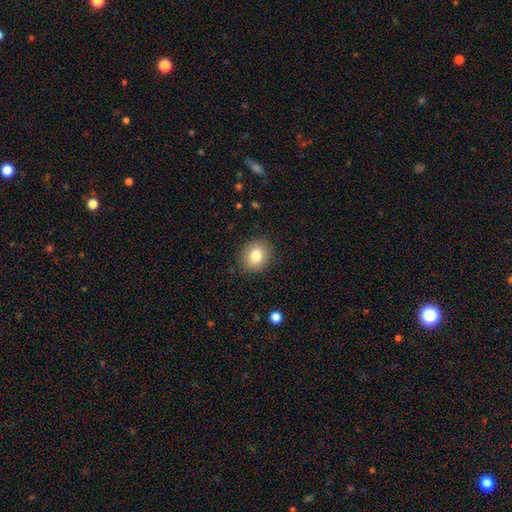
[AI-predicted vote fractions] Smooth or featured?
  - smooth: 82% *
  - star or artifact: 9%
  - featured or disk: 8%
How rounded?
  - round: 63% *
  - in between: 37%
  - cigar-shaped: 1%
Merging?
  - none: 87% *
  - minor disturbance: 9%
  - major disturbance: 3%
  - merger: 1%